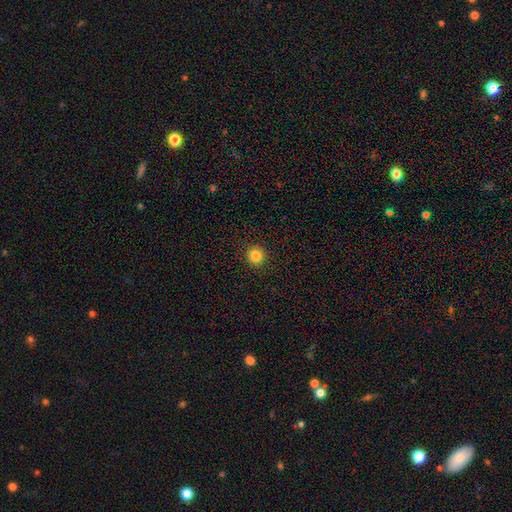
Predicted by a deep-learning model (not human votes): Smooth or featured? Predicted: smooth (p=0.84). How rounded? Predicted: round (p=0.91). Merging? Predicted: none (p=0.92).